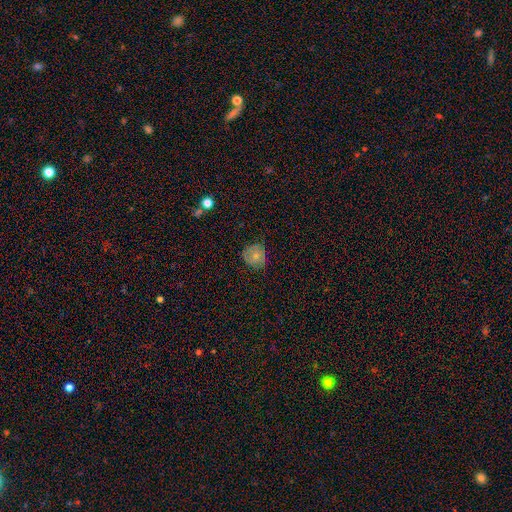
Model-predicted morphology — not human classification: Q: Smooth or featured?
A: smooth (73%); runner-up: featured or disk (18%)
Q: How rounded?
A: round (86%); runner-up: in between (13%)
Q: Merging?
A: none (74%); runner-up: minor disturbance (20%)